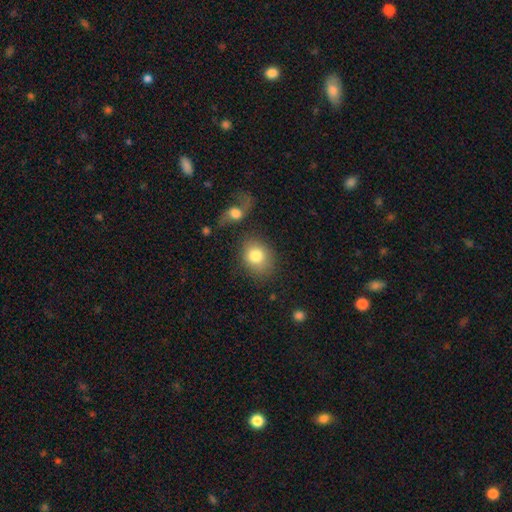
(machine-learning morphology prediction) A smooth galaxy with no disk features (81%) that is round (50%). Merging: none (71%).